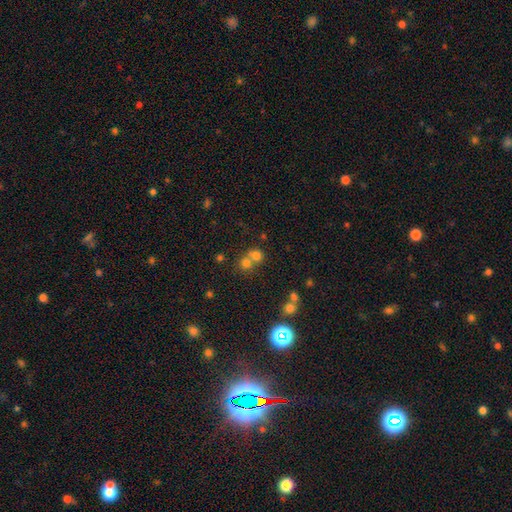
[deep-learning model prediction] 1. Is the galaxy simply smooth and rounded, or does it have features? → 69% smooth, 18% star or artifact, 13% featured or disk.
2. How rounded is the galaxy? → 81% round, 18% in between, 1% cigar-shaped.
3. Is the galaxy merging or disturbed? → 55% merger, 37% none, 5% minor disturbance, 3% major disturbance.